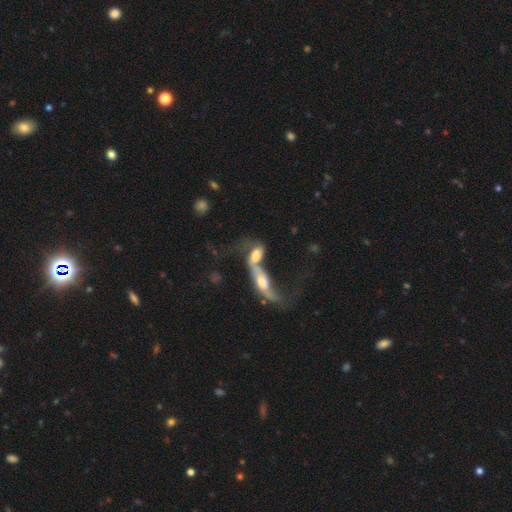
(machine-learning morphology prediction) type=featured or disk (46%); merging=merger (79%).